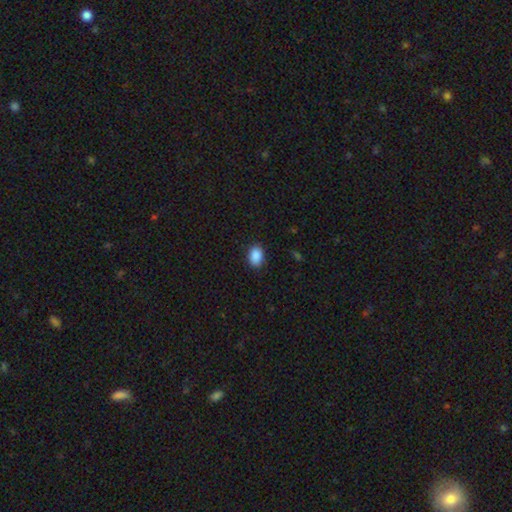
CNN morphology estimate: Smooth or featured? smooth (90%)
How rounded? in between (83%)
Merging? none (87%)